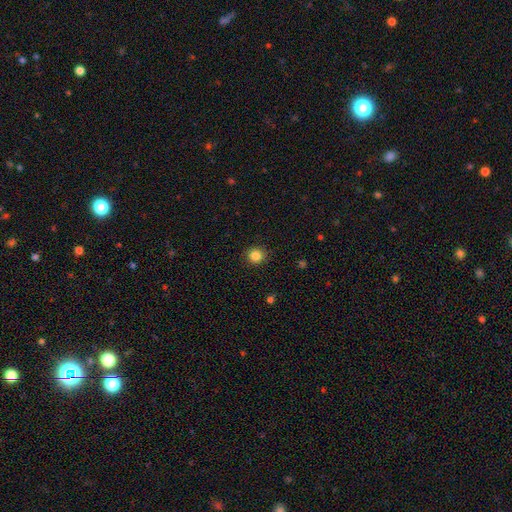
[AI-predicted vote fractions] Smooth or featured? smooth (85%)
How rounded? round (90%)
Merging? none (89%)